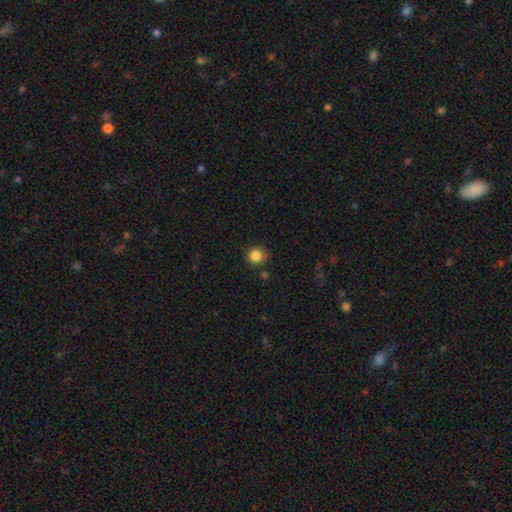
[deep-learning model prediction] Smooth or featured: smooth — 85% (star or artifact — 11%)
How rounded: round — 93% (in between — 7%)
Merging: none — 84% (minor disturbance — 10%)